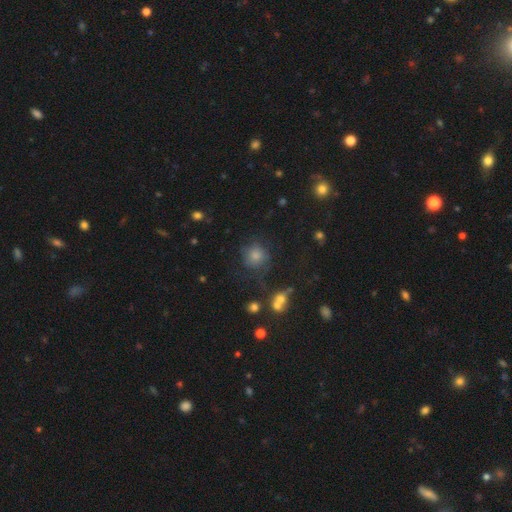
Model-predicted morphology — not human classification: Smooth or featured?
  - smooth: 73% *
  - star or artifact: 15%
  - featured or disk: 12%
How rounded?
  - round: 87% *
  - in between: 12%
  - cigar-shaped: 1%
Merging?
  - none: 67% *
  - minor disturbance: 18%
  - major disturbance: 10%
  - merger: 5%